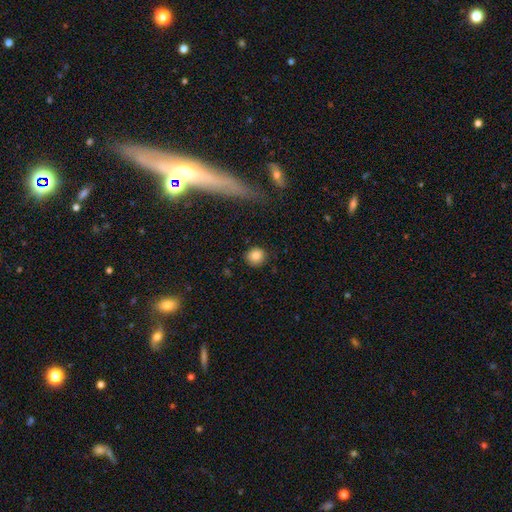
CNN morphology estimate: This is clearly a smooth galaxy (85%). How rounded: clearly round (88%). Merging: clearly none (87%).